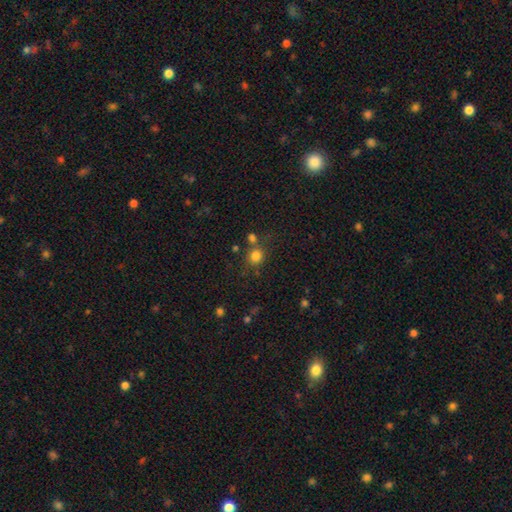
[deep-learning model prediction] smooth-or-featured: smooth: 80% | star or artifact: 14% | featured or disk: 6%
  how-rounded: round: 84% | in between: 15% | cigar-shaped: 1%
  merging: none: 67% | merger: 17% | minor disturbance: 11% | major disturbance: 5%